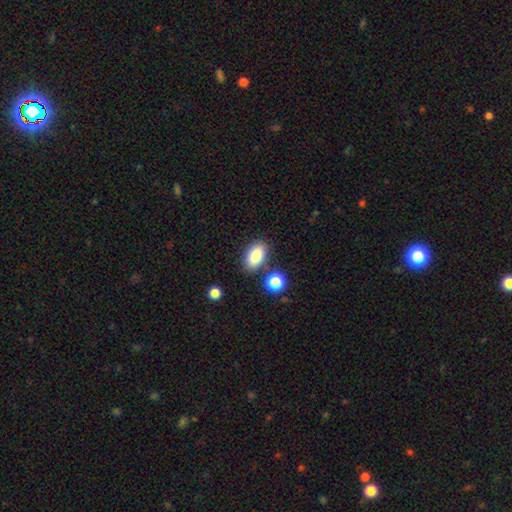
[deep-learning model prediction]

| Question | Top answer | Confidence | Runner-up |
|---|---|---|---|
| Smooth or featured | smooth | 84% | star or artifact (8%) |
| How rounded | in between | 91% | round (7%) |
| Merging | none | 80% | minor disturbance (10%) |